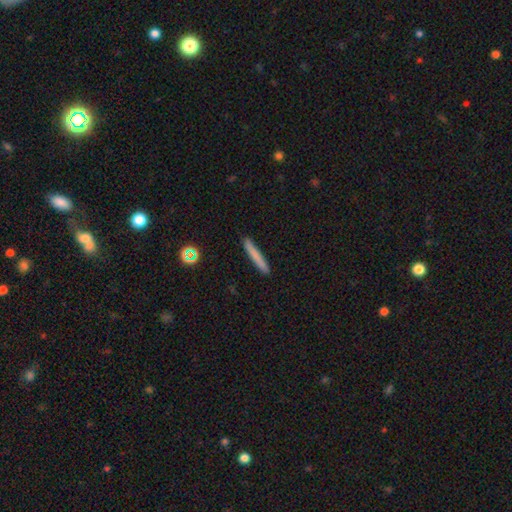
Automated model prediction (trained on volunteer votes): Morphology: type=smooth (75%); roundness=cigar-shaped (96%); merging=none (90%).